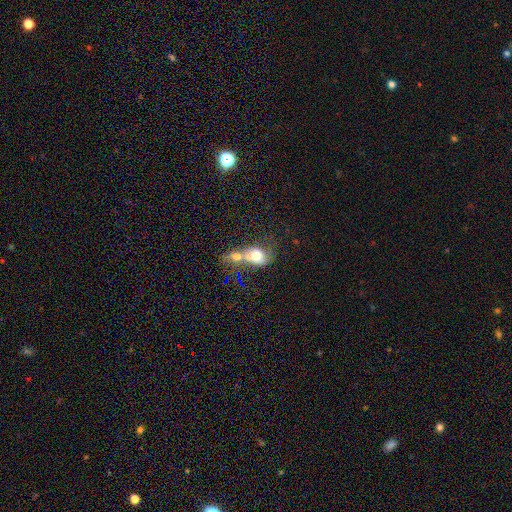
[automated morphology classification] This appears to be a smooth galaxy with no disk features (60%) that is in between round and cigar-shaped (54%). Merging: merger (76%).